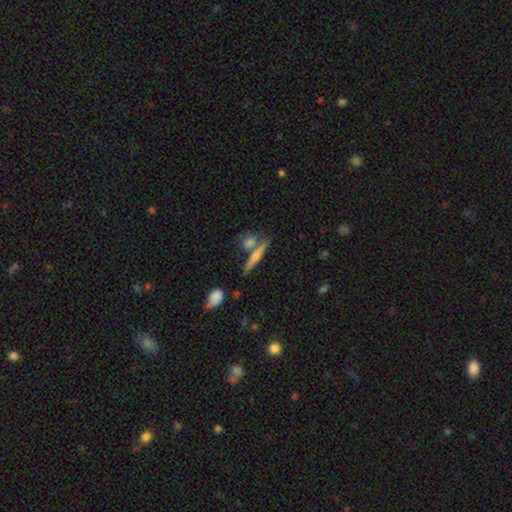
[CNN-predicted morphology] Smooth or featured: featured or disk — 59% (smooth — 32%)
Edge-on disk: yes — 95% (no — 5%)
Edge-on bulge: rounded — 83% (none — 11%)
Merging: none — 70% (merger — 17%)